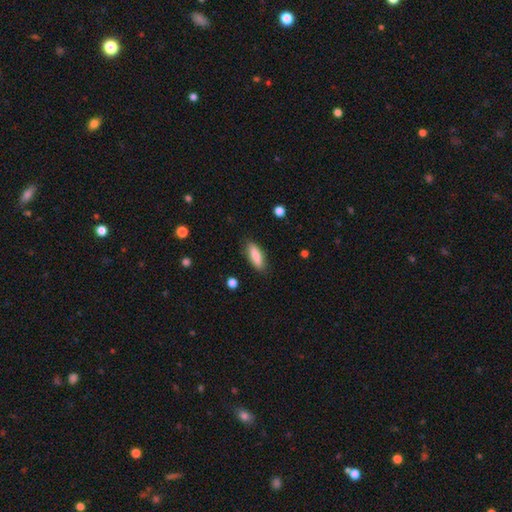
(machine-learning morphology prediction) Smooth or featured?
  - smooth: 82% *
  - featured or disk: 12%
  - star or artifact: 6%
How rounded?
  - in between: 55% *
  - cigar-shaped: 43%
  - round: 2%
Merging?
  - none: 85% *
  - minor disturbance: 11%
  - major disturbance: 2%
  - merger: 1%